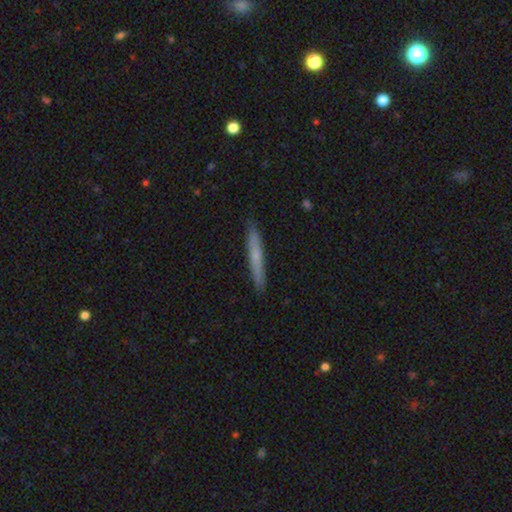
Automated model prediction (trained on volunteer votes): Smooth or featured: smooth — 56% (featured or disk — 38%)
How rounded: cigar-shaped — 96% (in between — 3%)
Merging: none — 90% (minor disturbance — 7%)